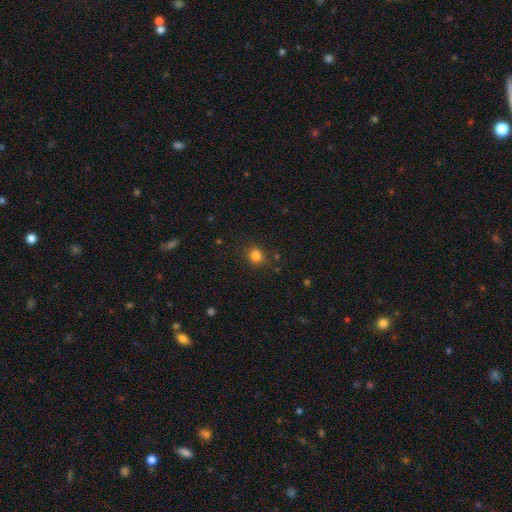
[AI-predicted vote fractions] Overall: smooth (82%). How rounded: round (77%). Merging: none (85%).